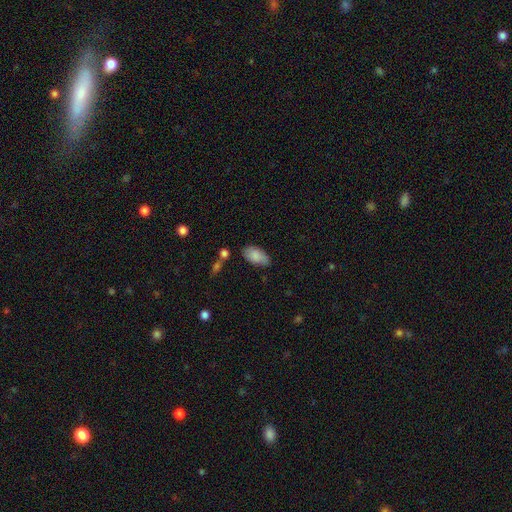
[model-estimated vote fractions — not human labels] This is clearly a smooth galaxy (85%). How rounded: clearly in between (94%). Merging: likely none (74%).